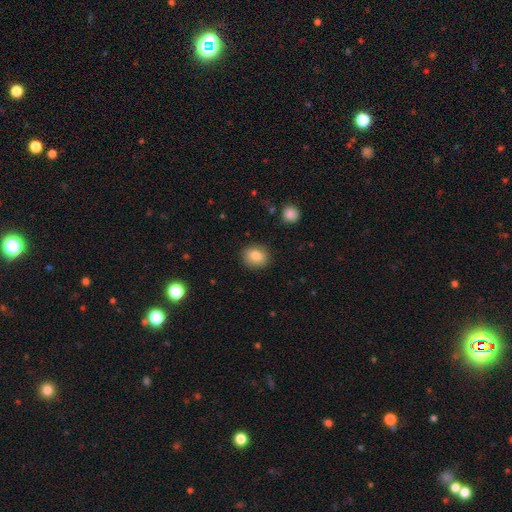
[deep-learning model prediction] smooth 82%, star or artifact 9%, featured or disk 9%. Down the decision tree: how rounded — round (62%); merging — none (87%).